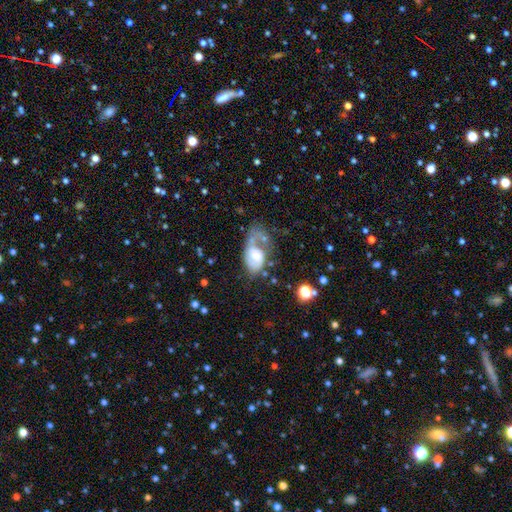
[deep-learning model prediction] smooth_or_featured: featured or disk (p=0.54) [alt: smooth p=0.38]
disk_edge_on: no (p=0.96) [alt: yes p=0.04]
bar: no (p=0.59) [alt: weak p=0.33]
has_spiral_arms: yes (p=0.65) [alt: no p=0.35]
bulge_size: moderate (p=0.49) [alt: large p=0.23]
merging: major disturbance (p=0.43) [alt: none p=0.21]